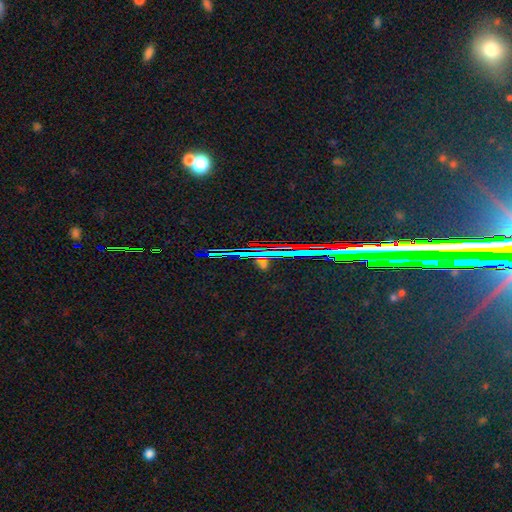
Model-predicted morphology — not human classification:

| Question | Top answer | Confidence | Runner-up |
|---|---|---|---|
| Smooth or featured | star or artifact | 84% | featured or disk (8%) |